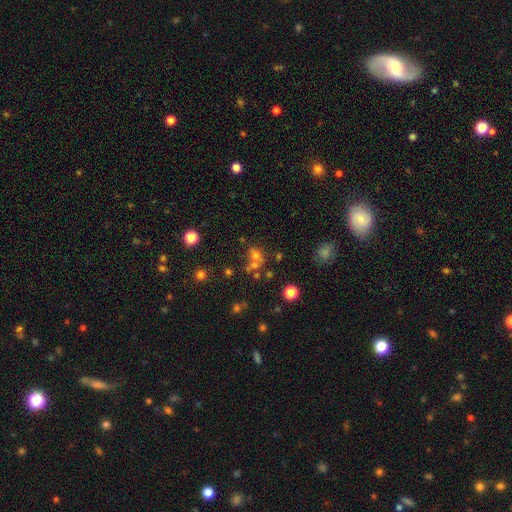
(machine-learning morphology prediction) Smooth or featured?
  - smooth: 57% *
  - star or artifact: 25%
  - featured or disk: 18%
How rounded?
  - round: 60% *
  - in between: 39%
  - cigar-shaped: 2%
Merging?
  - merger: 43% *
  - none: 38%
  - minor disturbance: 11%
  - major disturbance: 8%